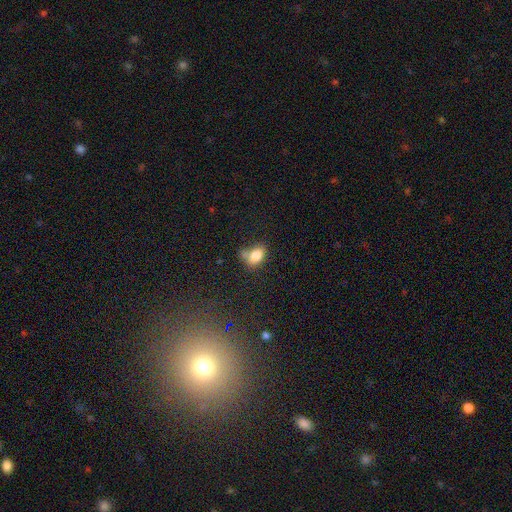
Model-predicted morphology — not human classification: smooth-or-featured: smooth: 80% | featured or disk: 10% | star or artifact: 9%
  how-rounded: in between: 82% | round: 16% | cigar-shaped: 2%
  merging: none: 42% | minor disturbance: 25% | merger: 23% | major disturbance: 10%